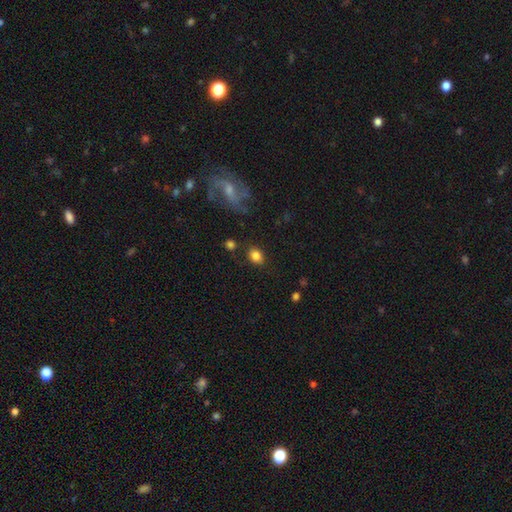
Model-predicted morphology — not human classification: Overall: smooth (81%). How rounded: in between (54%; round 45%). Merging: none (81%).